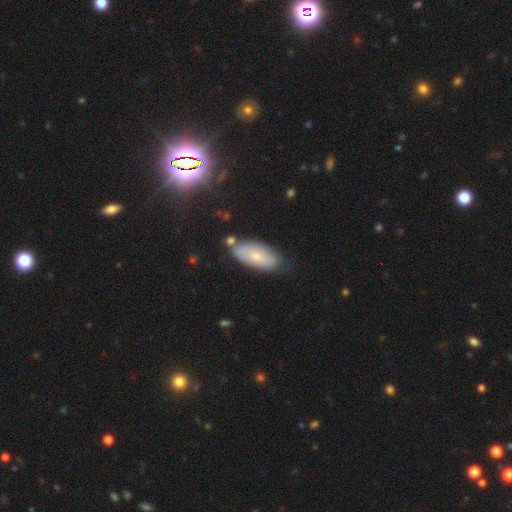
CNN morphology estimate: The model was most divided on "smooth or featured": smooth: 66%, featured or disk: 27%, star or artifact: 8%. More confident: how rounded — in between (86%); merging — none (70%).